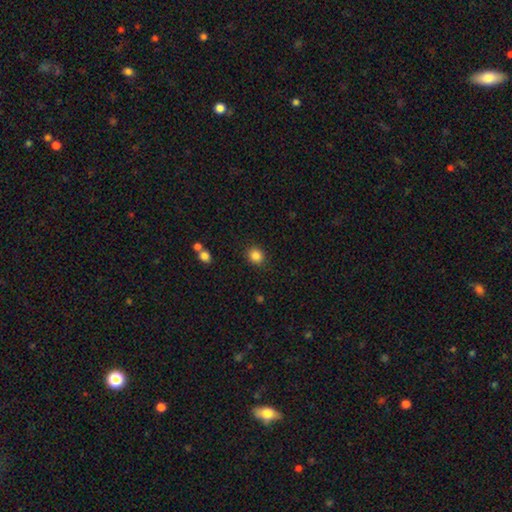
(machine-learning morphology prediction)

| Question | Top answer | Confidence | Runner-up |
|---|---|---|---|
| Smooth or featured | smooth | 86% | star or artifact (10%) |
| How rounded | round | 79% | in between (20%) |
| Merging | none | 88% | minor disturbance (7%) |